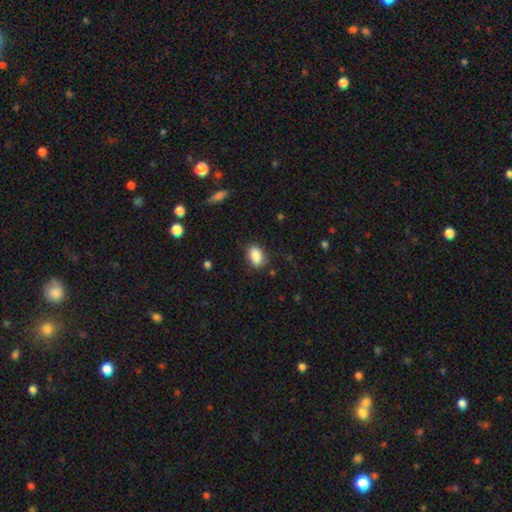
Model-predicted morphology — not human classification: This appears to be a smooth galaxy with no disk features (87%) that is in between round and cigar-shaped (85%). Merging: none (79%).